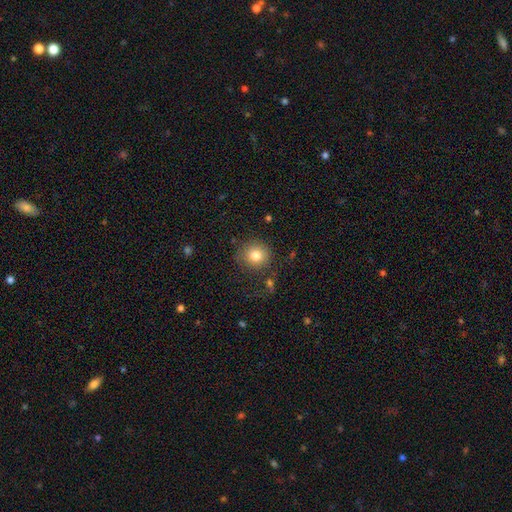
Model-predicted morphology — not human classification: This is clearly a smooth galaxy (81%). How rounded: clearly round (91%). Merging: likely none (80%).